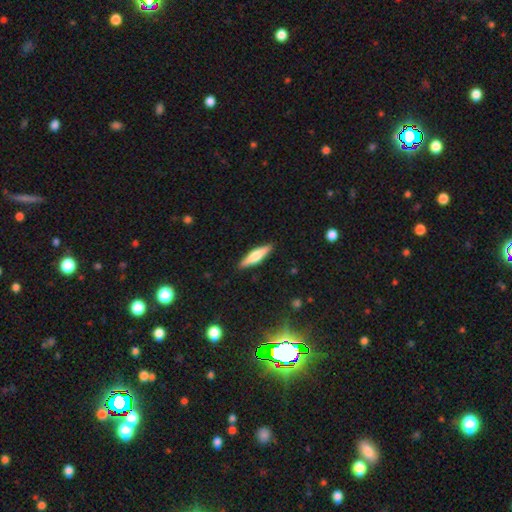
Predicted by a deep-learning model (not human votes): This is possibly a smooth galaxy (59%). How rounded: likely cigar-shaped (75%). Merging: clearly none (90%).